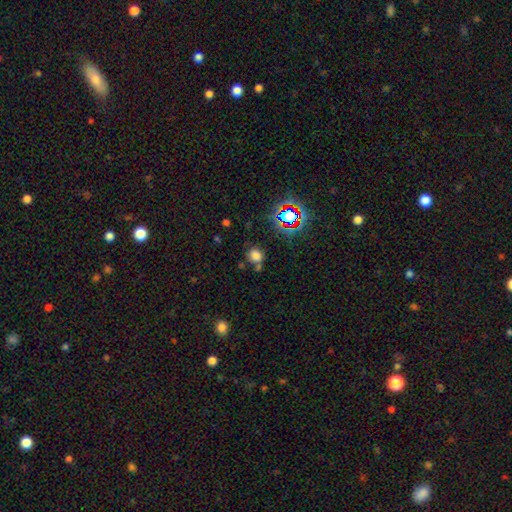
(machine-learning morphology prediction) Smooth or featured? Predicted: smooth (p=0.70). How rounded? Predicted: round (p=0.67). Merging? Predicted: none (p=0.67).